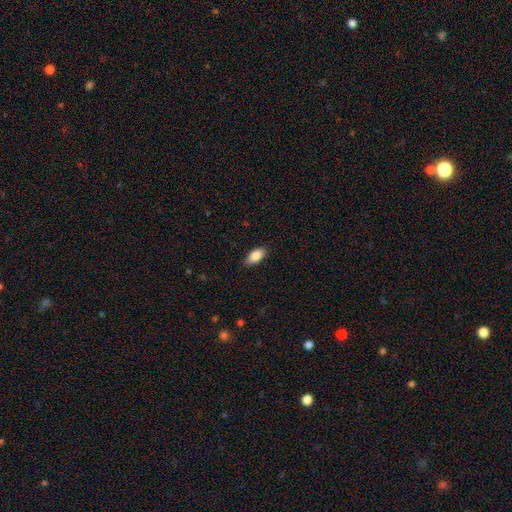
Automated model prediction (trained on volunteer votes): Q: Smooth or featured?
A: smooth (85%); runner-up: featured or disk (9%)
Q: How rounded?
A: in between (89%); runner-up: cigar-shaped (7%)
Q: Merging?
A: none (87%); runner-up: minor disturbance (10%)